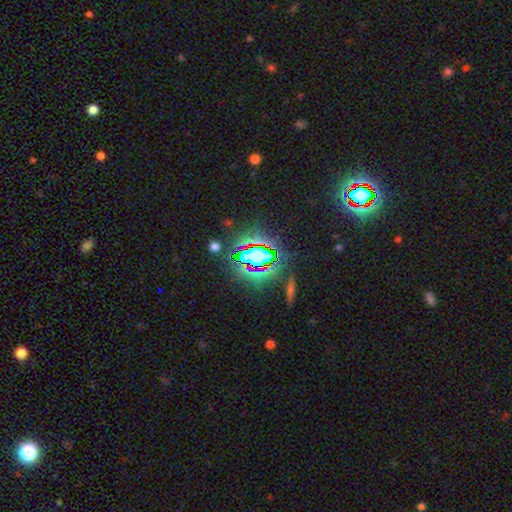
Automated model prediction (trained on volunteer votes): smooth-or-featured: star or artifact: 68% | smooth: 20% | featured or disk: 12%